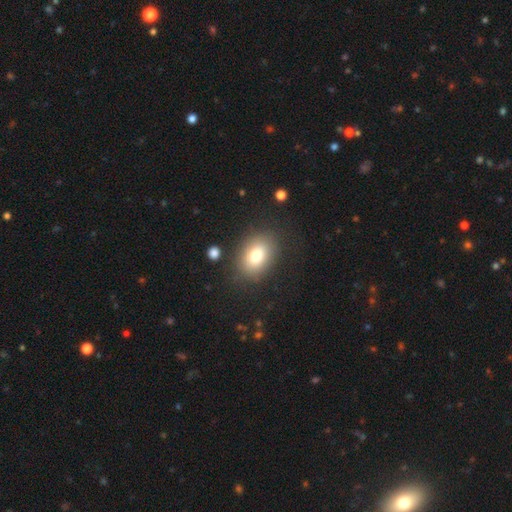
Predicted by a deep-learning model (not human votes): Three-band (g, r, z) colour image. It shows a smooth galaxy with no disk features (77%) that is in between round and cigar-shaped (73%). Merging: none (82%).